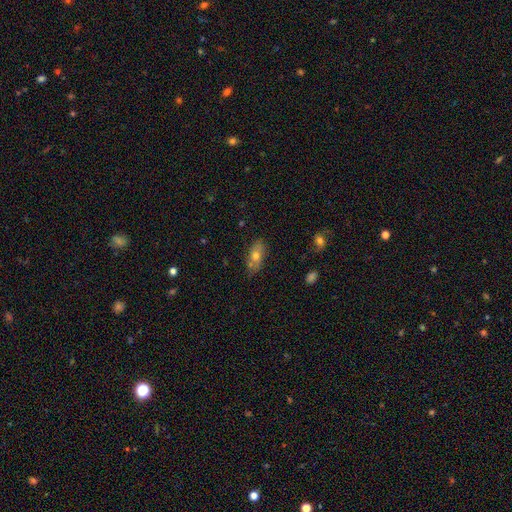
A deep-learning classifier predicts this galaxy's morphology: Smooth or featured? smooth (68%)
How rounded? in between (82%)
Merging? none (71%)